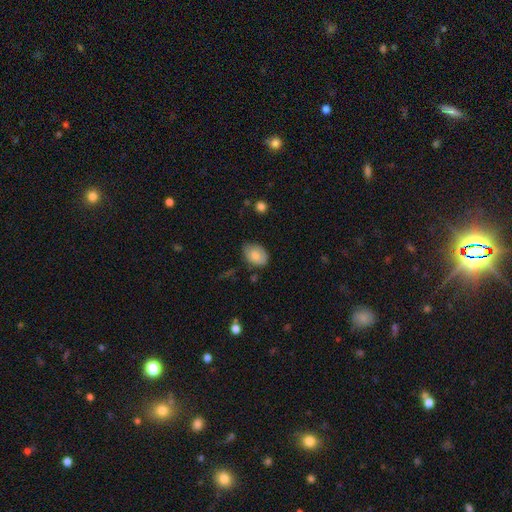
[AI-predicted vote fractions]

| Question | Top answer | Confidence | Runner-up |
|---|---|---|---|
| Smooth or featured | smooth | 72% | featured or disk (21%) |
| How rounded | in between | 76% | round (23%) |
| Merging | none | 66% | minor disturbance (27%) |